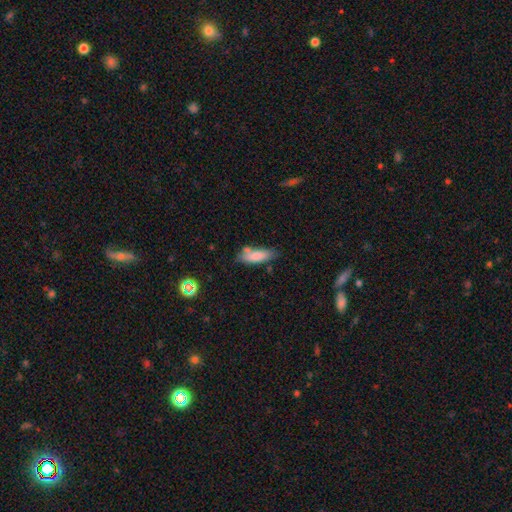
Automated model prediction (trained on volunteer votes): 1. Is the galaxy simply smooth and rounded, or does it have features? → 80% smooth, 13% featured or disk, 7% star or artifact.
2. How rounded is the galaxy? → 54% in between, 44% cigar-shaped, 2% round.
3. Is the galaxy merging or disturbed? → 59% none, 22% minor disturbance, 13% merger, 6% major disturbance.